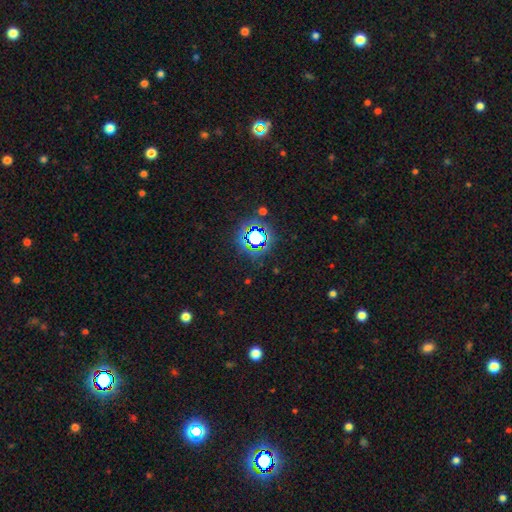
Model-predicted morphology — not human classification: Smooth or featured: star or artifact — 79% (smooth — 13%)